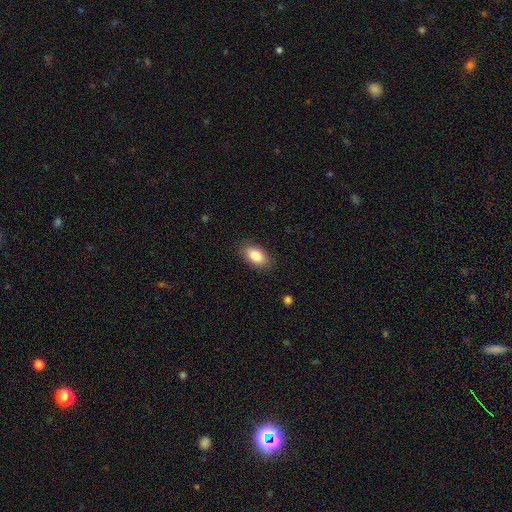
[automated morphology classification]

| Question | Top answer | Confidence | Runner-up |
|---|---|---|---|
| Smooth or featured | smooth | 85% | featured or disk (8%) |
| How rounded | in between | 92% | round (6%) |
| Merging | none | 86% | minor disturbance (10%) |